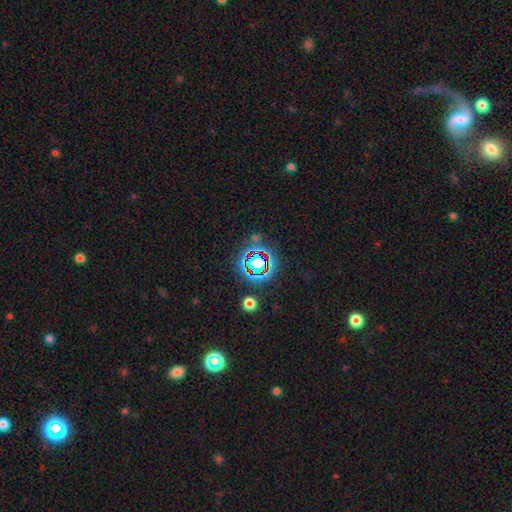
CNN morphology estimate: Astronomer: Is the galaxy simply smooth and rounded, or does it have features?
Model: star or artifact — 72%.